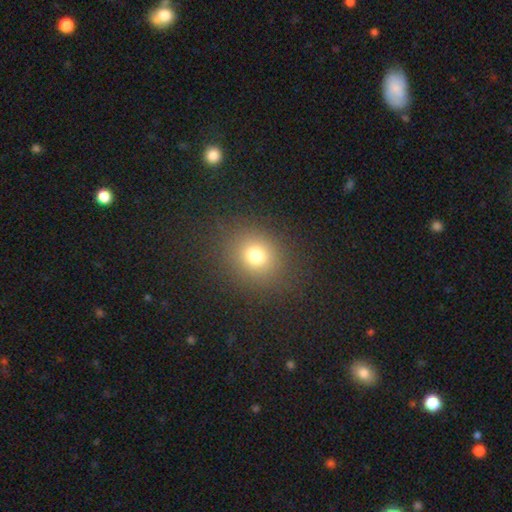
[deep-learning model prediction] A smooth galaxy with no disk features (75%) that is round (72%). Merging: none (85%).